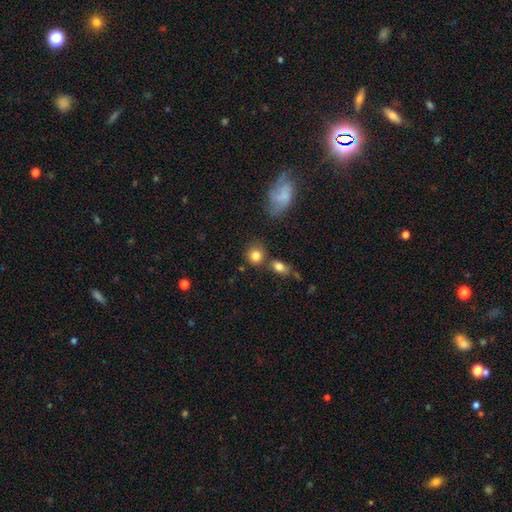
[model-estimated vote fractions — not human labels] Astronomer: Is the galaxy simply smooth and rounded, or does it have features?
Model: smooth — 82%.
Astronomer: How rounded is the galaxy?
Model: round — 81%.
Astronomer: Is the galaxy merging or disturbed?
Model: none — 69%.